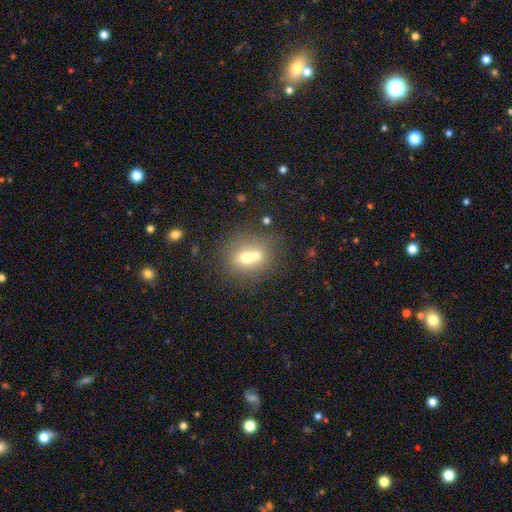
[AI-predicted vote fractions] This appears to be a smooth galaxy with no disk features (63%) that is round (75%). Merging: merger (54%).